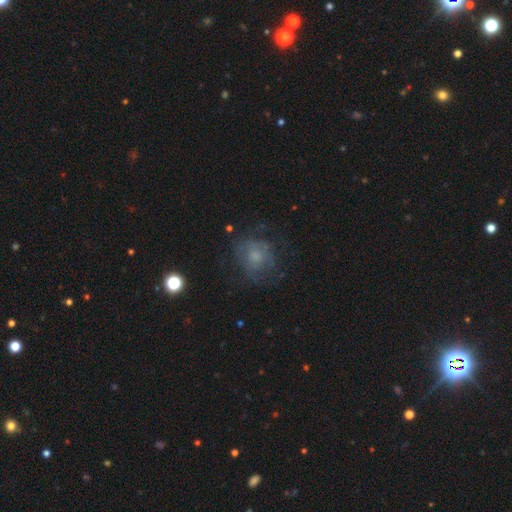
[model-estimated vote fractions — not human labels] Smooth or featured?
  - smooth: 46% *
  - featured or disk: 40%
  - star or artifact: 13%
Merging?
  - none: 61% *
  - minor disturbance: 21%
  - major disturbance: 17%
  - merger: 2%